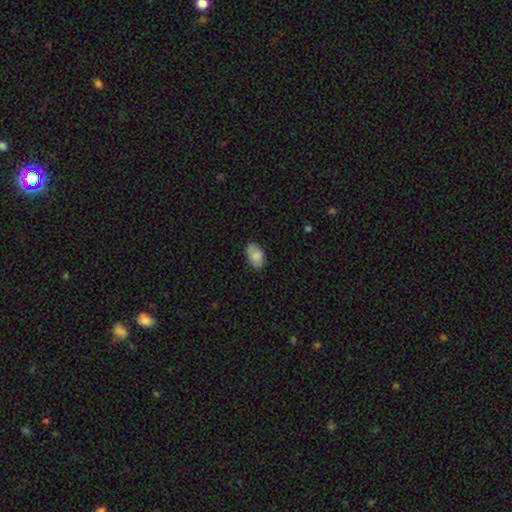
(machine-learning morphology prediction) This is clearly a smooth galaxy (86%). How rounded: clearly in between (92%). Merging: clearly none (83%).